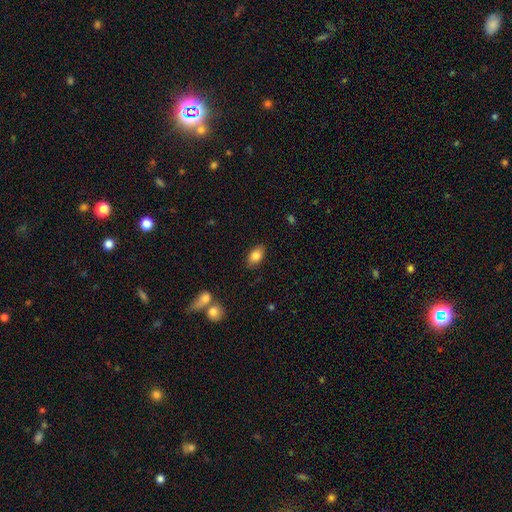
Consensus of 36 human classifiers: Q: Smooth or featured?
A: smooth (72%); runner-up: featured or disk (22%)
Q: How rounded?
A: in between (77%); runner-up: cigar-shaped (15%)
Q: Merging?
A: none (71%); runner-up: minor disturbance (21%)